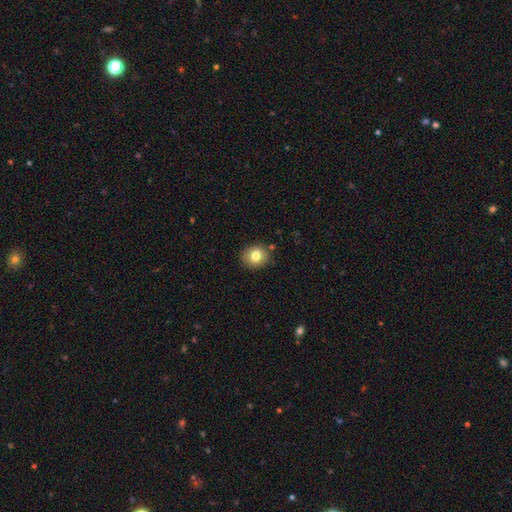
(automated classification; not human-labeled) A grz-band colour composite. It shows a smooth galaxy with no disk features (79%) that is round (71%). Merging: none (87%).